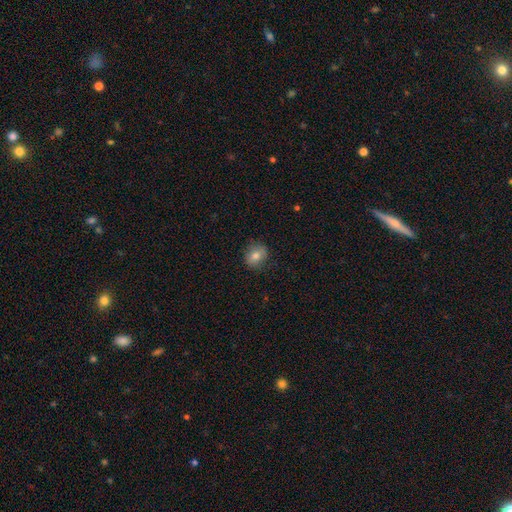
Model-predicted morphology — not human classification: Q: Smooth or featured?
A: smooth (77%); runner-up: featured or disk (14%)
Q: How rounded?
A: round (67%); runner-up: in between (32%)
Q: Merging?
A: none (83%); runner-up: minor disturbance (13%)